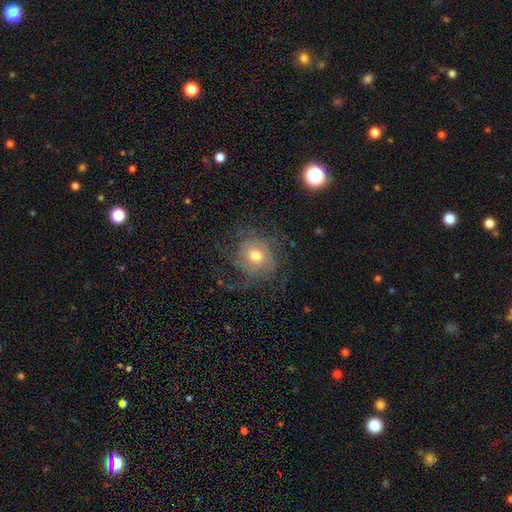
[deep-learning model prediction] A featured or disk galaxy (56%) with no bar (80%), spiral arms (73%) and a moderate central bulge (69%).

Vote fractions:
- Smooth or featured? featured or disk: 56% / smooth: 31% / star or artifact: 13%
- Edge-on disk? no: 96% / yes: 4%
- Bar? no: 80% / weak: 17% / strong: 3%
- Spiral arms? yes: 73% / no: 27%
- Bulge size? moderate: 69% / small: 19% / large: 9% / dominant: 1% / none: 1%
- Merging? none: 65% / major disturbance: 17% / minor disturbance: 17% / merger: 1%